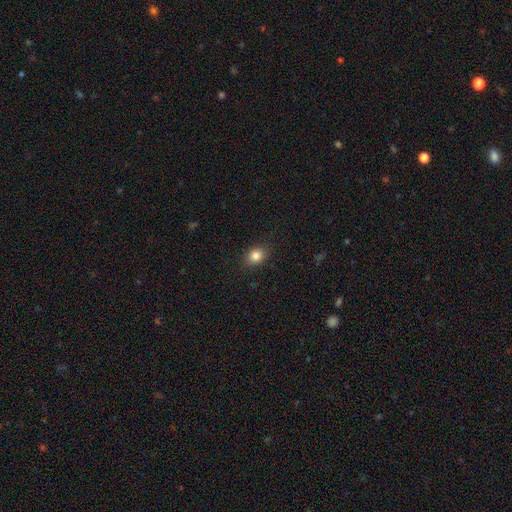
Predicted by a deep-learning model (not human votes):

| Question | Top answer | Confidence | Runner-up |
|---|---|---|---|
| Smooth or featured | smooth | 84% | star or artifact (10%) |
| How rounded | in between | 51% | round (48%) |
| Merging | none | 86% | minor disturbance (10%) |